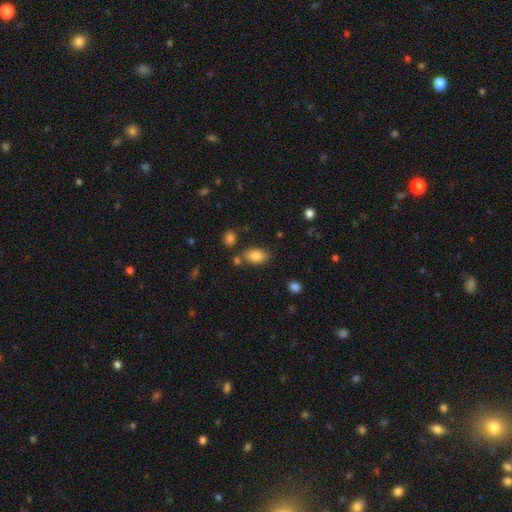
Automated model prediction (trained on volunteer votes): smooth 85%, star or artifact 8%, featured or disk 7%. Down the decision tree: how rounded — in between (88%); merging — none (74%).